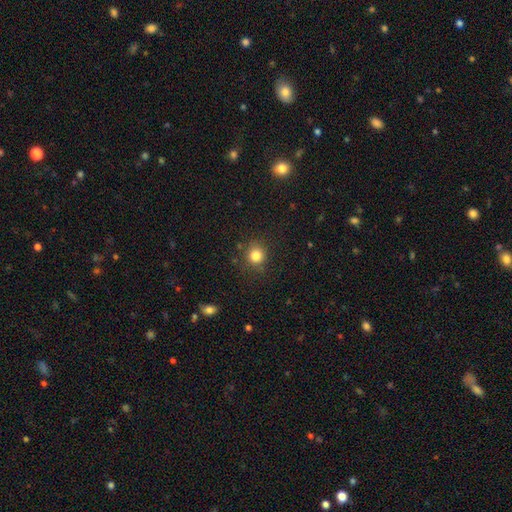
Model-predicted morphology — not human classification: A smooth galaxy with no disk features (83%) that is round (89%). Merging: none (83%).